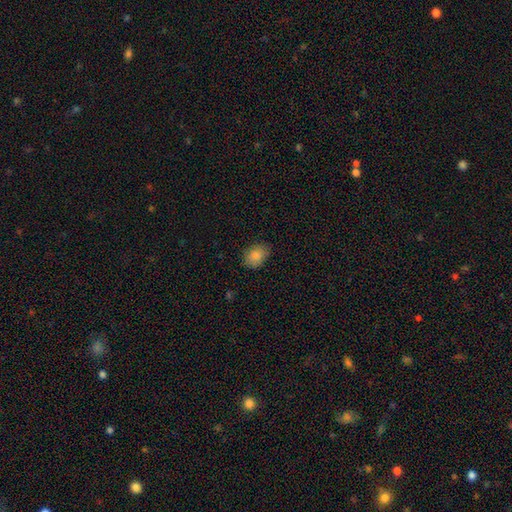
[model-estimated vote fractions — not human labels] This appears to be a smooth galaxy with no disk features (86%) that is in between round and cigar-shaped (72%). Merging: none (80%).